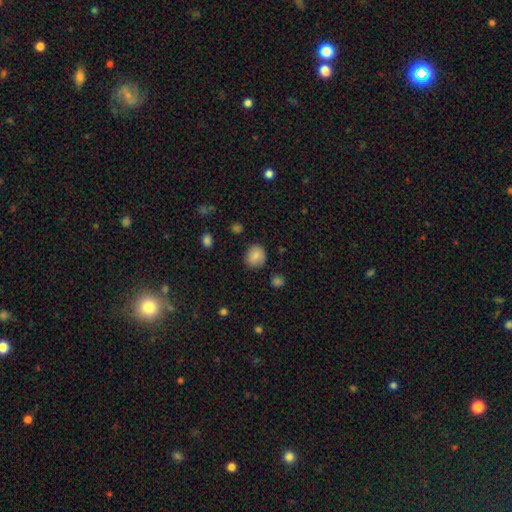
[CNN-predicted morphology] Smooth or featured? smooth (82%)
How rounded? round (79%)
Merging? none (83%)